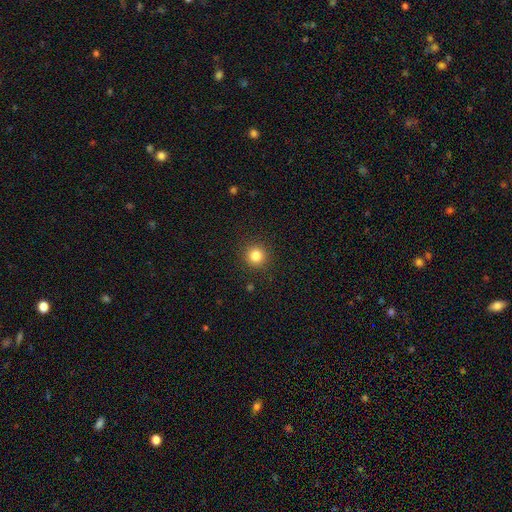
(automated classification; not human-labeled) The model was most divided on "smooth or featured": smooth: 83%, star or artifact: 12%, featured or disk: 5%. More confident: how rounded — round (94%); merging — none (91%).